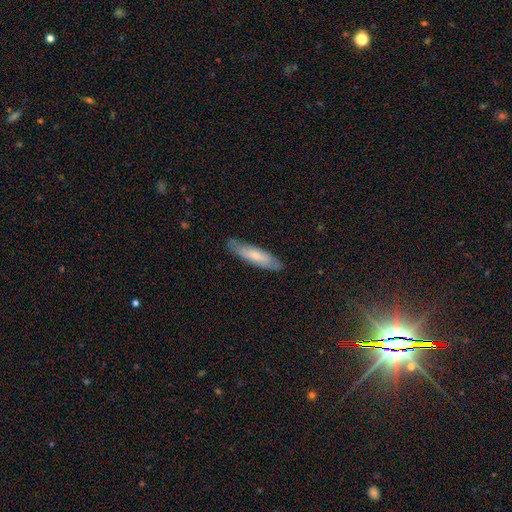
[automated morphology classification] smooth_or_featured: smooth (p=0.66) [alt: featured or disk p=0.29]
how_rounded: cigar-shaped (p=0.71) [alt: in between p=0.28]
merging: none (p=0.79) [alt: minor disturbance p=0.16]